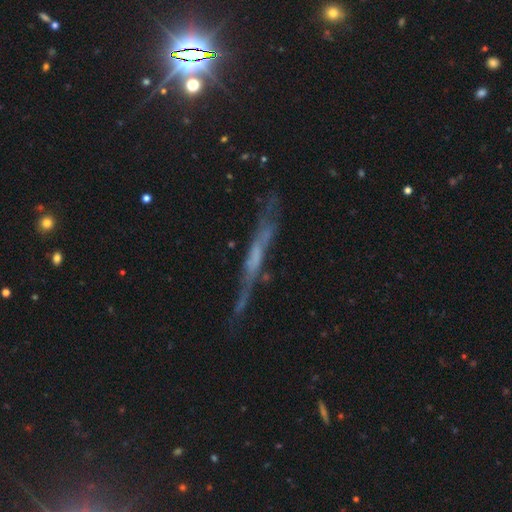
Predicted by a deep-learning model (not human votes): smooth-or-featured: featured or disk: 60% | smooth: 28% | star or artifact: 12%
  disk-edge-on: yes: 82% | no: 18%
  merging: none: 58% | minor disturbance: 23% | major disturbance: 13% | merger: 5%